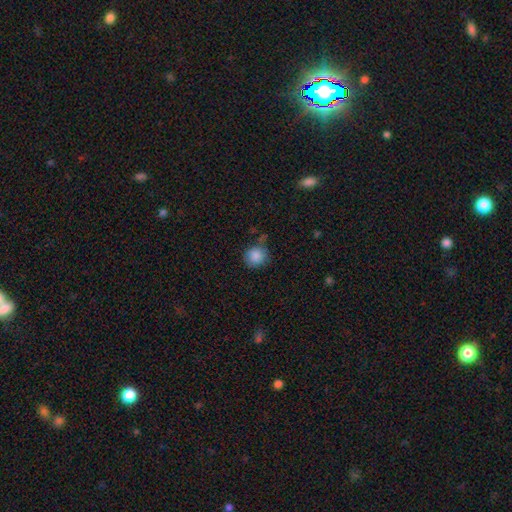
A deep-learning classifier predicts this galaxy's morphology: Q: Smooth or featured?
A: smooth (87%); runner-up: star or artifact (9%)
Q: How rounded?
A: round (88%); runner-up: in between (11%)
Q: Merging?
A: none (69%); runner-up: minor disturbance (21%)